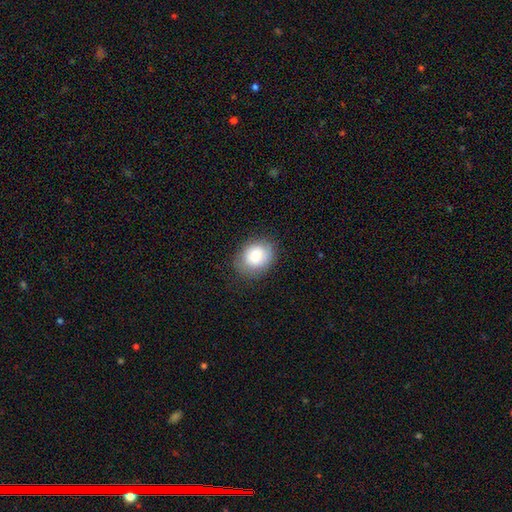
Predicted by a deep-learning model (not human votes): Morphology: type=smooth (73%); roundness=round (58%); merging=none (77%).